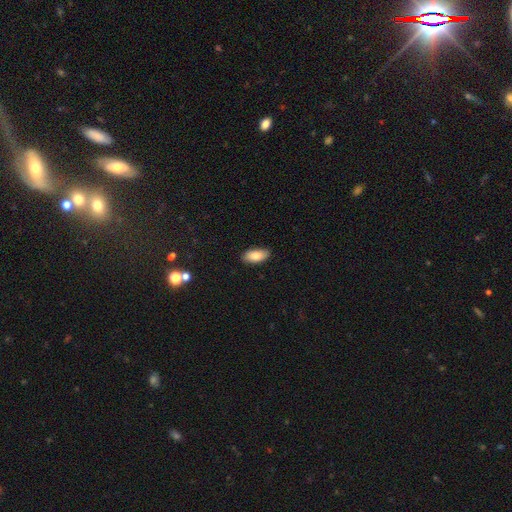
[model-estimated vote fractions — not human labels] A smooth galaxy with no disk features (83%) that is in between round and cigar-shaped (91%). Merging: none (87%).